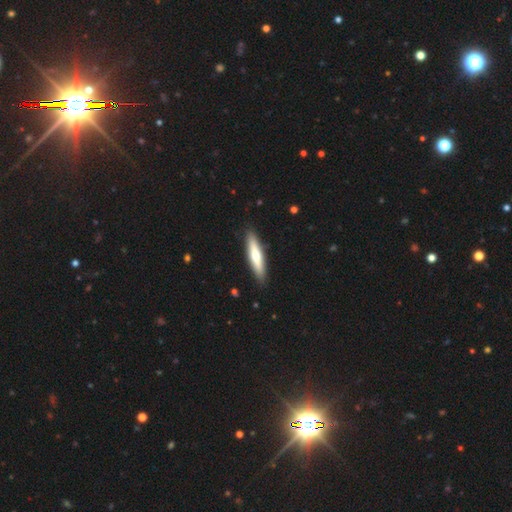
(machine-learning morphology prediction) Smooth or featured? Predicted: smooth (p=0.56). How rounded? Predicted: cigar-shaped (p=0.82). Merging? Predicted: none (p=0.89).